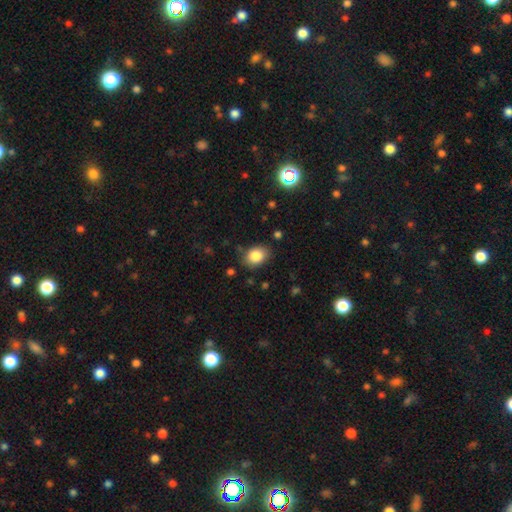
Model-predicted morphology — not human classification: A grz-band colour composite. It shows a smooth galaxy with no disk features (85%) that is in between round and cigar-shaped (66%). Merging: none (82%).